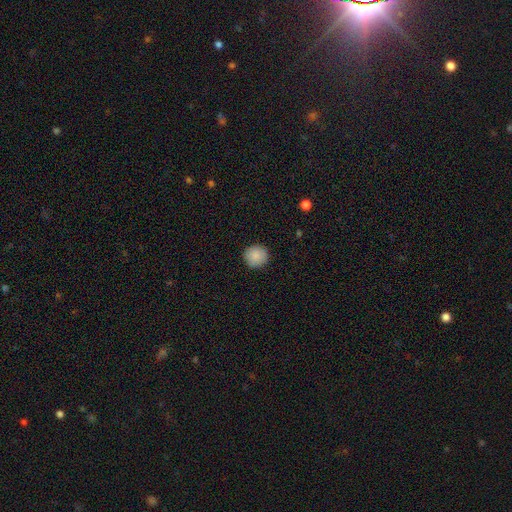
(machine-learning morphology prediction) Overall: smooth (88%). How rounded: round (94%). Merging: none (92%).